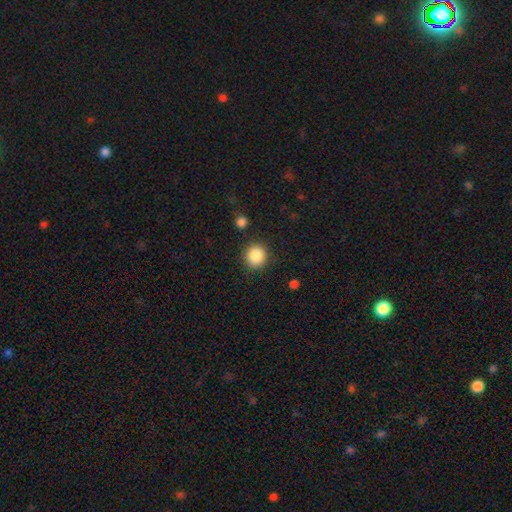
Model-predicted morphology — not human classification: smooth 87%, star or artifact 9%, featured or disk 4%. Down the decision tree: how rounded — round (91%); merging — none (88%).